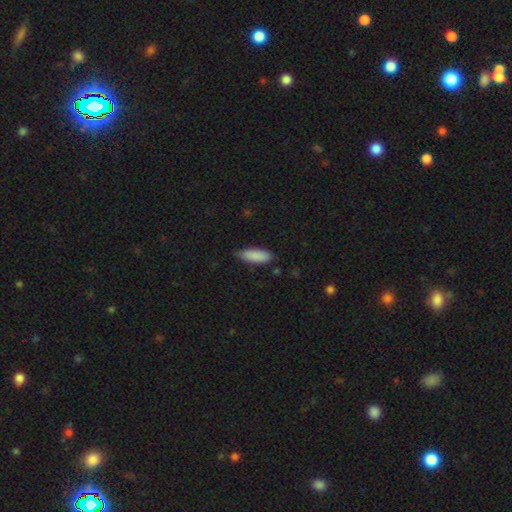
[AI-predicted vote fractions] Overall: smooth (89%). How rounded: in between (69%; cigar-shaped 29%). Merging: none (80%).